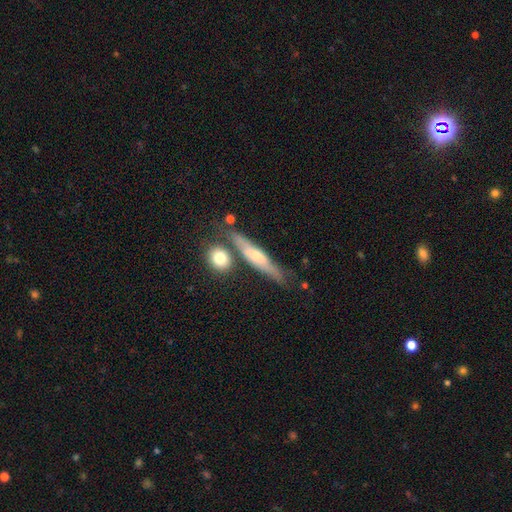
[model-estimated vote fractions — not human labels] This appears to be a featured or disk galaxy (62%) viewed edge-on (91%) with a rounded central bulge (77%). Merging: none (71%).